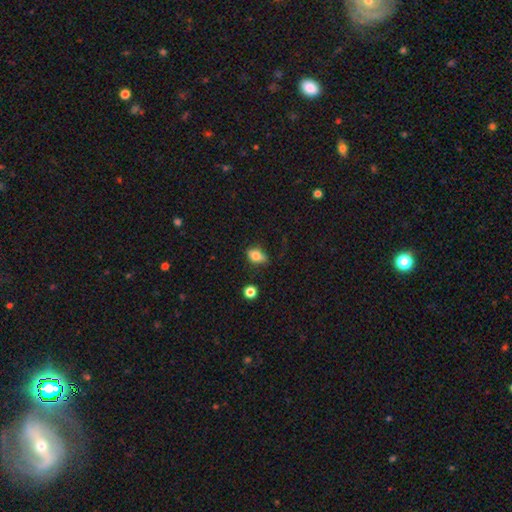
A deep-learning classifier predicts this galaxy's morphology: Smooth or featured? Predicted: smooth (p=0.78). How rounded? Predicted: in between (p=0.77). Merging? Predicted: none (p=0.56).